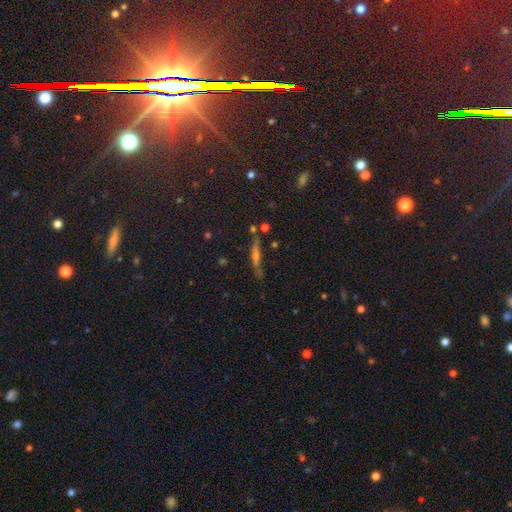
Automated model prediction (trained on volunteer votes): smooth-or-featured: featured or disk: 42% | smooth: 35% | star or artifact: 24%
  merging: none: 74% | minor disturbance: 15% | merger: 6% | major disturbance: 5%